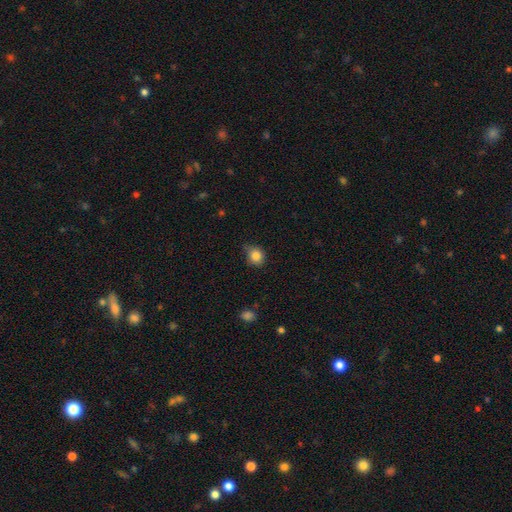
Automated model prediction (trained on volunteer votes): smooth-or-featured: smooth: 84% | star or artifact: 10% | featured or disk: 6%
  how-rounded: round: 71% | in between: 28% | cigar-shaped: 1%
  merging: none: 65% | minor disturbance: 29% | major disturbance: 5% | merger: 2%